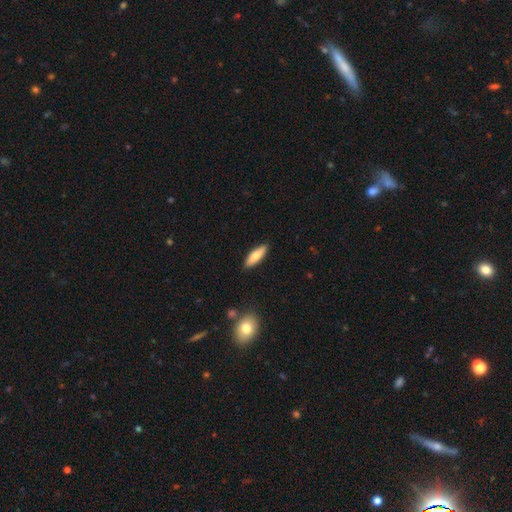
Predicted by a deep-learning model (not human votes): Q: Smooth or featured?
A: smooth (75%); runner-up: featured or disk (19%)
Q: How rounded?
A: cigar-shaped (50%); runner-up: in between (48%)
Q: Merging?
A: none (88%); runner-up: minor disturbance (9%)